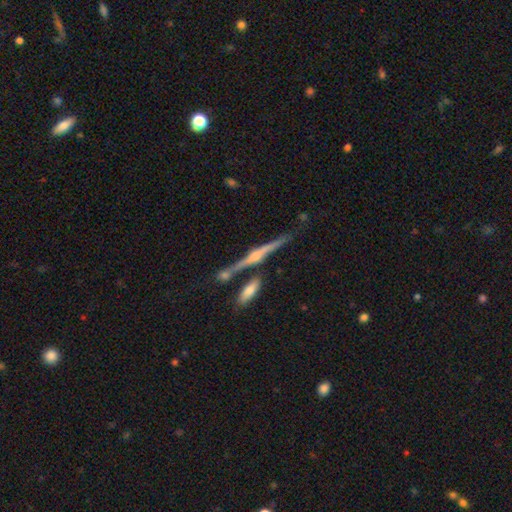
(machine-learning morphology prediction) This appears to be a featured or disk galaxy (84%) viewed edge-on (98%) with a rounded central bulge (88%). Merging: none (79%).